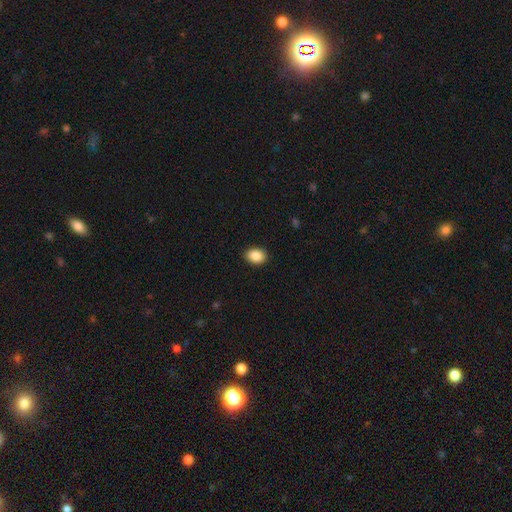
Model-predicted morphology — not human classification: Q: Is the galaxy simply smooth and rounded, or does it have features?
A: smooth — 89%.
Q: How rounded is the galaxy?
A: in between — 70%.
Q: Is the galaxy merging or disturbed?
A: none — 89%.